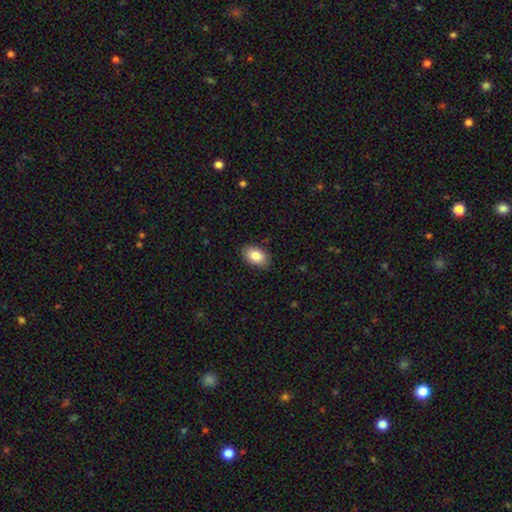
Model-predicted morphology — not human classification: A smooth galaxy with no disk features (84%) that is in between round and cigar-shaped (90%).

Vote fractions:
- Smooth or featured? smooth: 84% / featured or disk: 9% / star or artifact: 7%
- How rounded? in between: 90% / round: 8% / cigar-shaped: 1%
- Merging? none: 86% / minor disturbance: 11% / major disturbance: 2% / merger: 1%